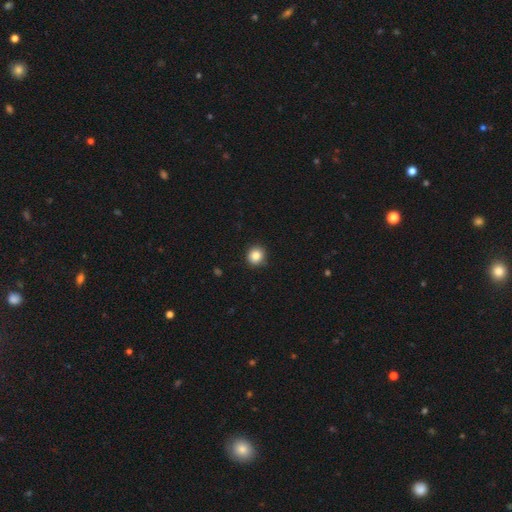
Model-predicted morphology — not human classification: type=smooth (84%); roundness=round (90%); merging=none (91%).